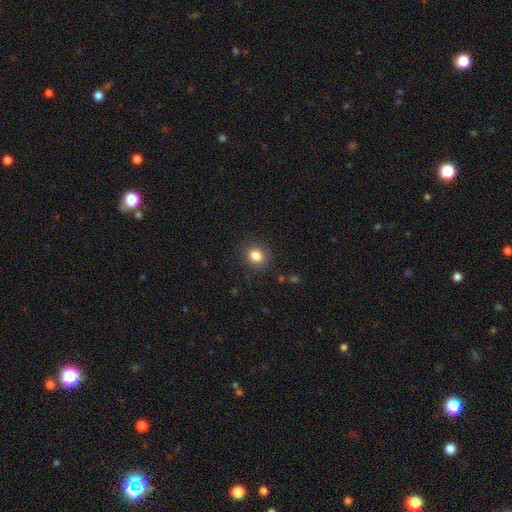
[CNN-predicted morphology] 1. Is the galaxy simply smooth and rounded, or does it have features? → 84% smooth, 11% star or artifact, 6% featured or disk.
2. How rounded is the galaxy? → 64% round, 35% in between, 1% cigar-shaped.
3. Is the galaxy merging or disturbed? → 87% none, 9% minor disturbance, 3% major disturbance, 1% merger.